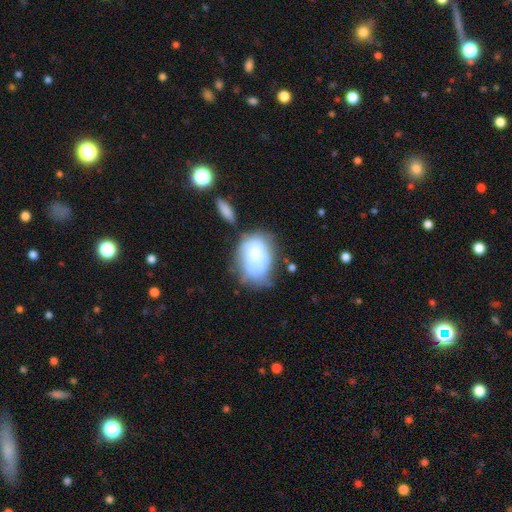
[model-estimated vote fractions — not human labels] smooth_or_featured: smooth (p=0.67) [alt: featured or disk p=0.24]
how_rounded: in between (p=0.80) [alt: round p=0.19]
merging: none (p=0.37) [alt: minor disturbance p=0.31]